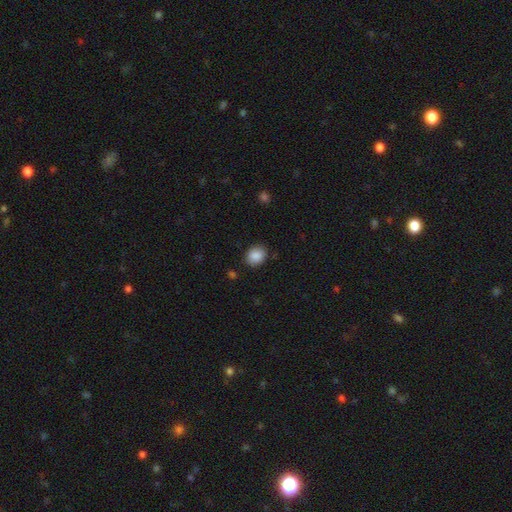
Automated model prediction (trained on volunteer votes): Smooth or featured: smooth — 88% (star or artifact — 8%)
How rounded: in between — 51% (round — 48%)
Merging: none — 85% (minor disturbance — 11%)